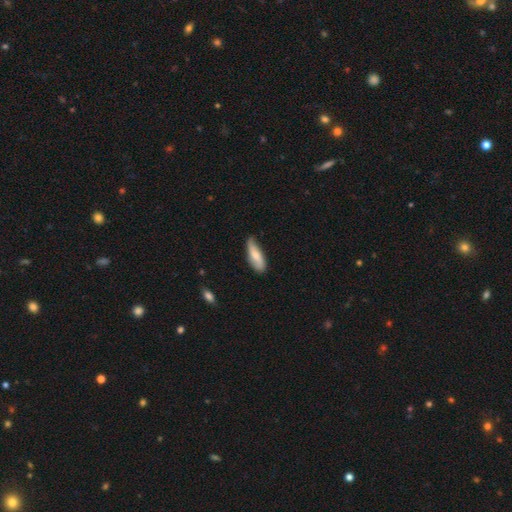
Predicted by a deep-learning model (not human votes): This appears to be a smooth galaxy with no disk features (69%) that is in between round and cigar-shaped (60%). Merging: none (69%).